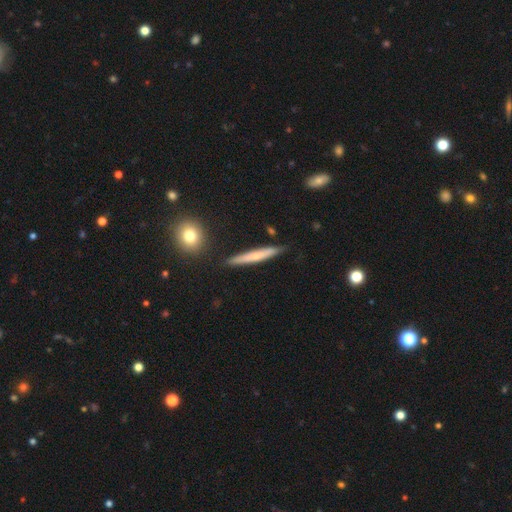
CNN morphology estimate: smooth-or-featured: smooth: 53% | featured or disk: 41% | star or artifact: 6%
  how-rounded: cigar-shaped: 94% | in between: 4% | round: 2%
  merging: none: 86% | minor disturbance: 10% | merger: 2% | major disturbance: 2%